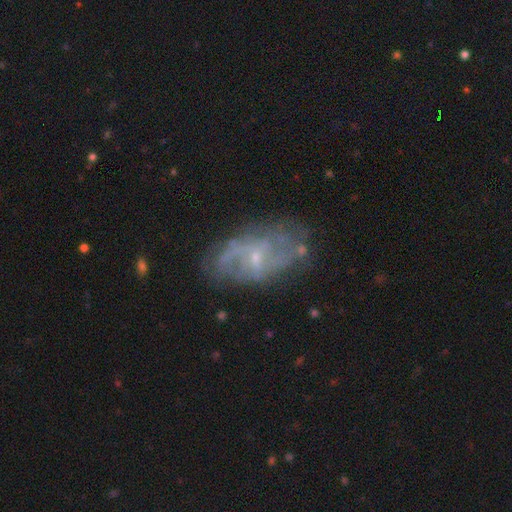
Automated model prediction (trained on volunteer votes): A featured or disk galaxy (76%) with a weak bar (47%), 2 (43%) medium (39%, tied with loose) spiral arms (77%) and a small central bulge (73%).

Vote fractions:
- Smooth or featured? featured or disk: 76% / smooth: 15% / star or artifact: 9%
- Edge-on disk? no: 95% / yes: 5%
- Bar? weak: 47% / no: 44% / strong: 9%
- Spiral arms? yes: 77% / no: 23%
- Spiral winding? medium: 39% (tied) / loose: 39% (tied) / tight: 22%
- Spiral arm count? 2: 43% / can't tell: 36% / 3: 8% / 1: 5% / 4: 4% / more than 4: 3%
- Bulge size? small: 73% / moderate: 18% / none: 7% / large: 1% / dominant: 1%
- Merging? none: 66% / minor disturbance: 21% / major disturbance: 11% / merger: 3%